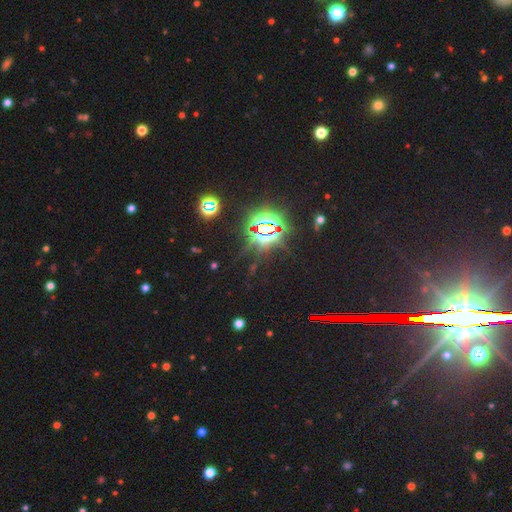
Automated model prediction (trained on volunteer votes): smooth-or-featured: star or artifact: 83% | smooth: 9% | featured or disk: 8%